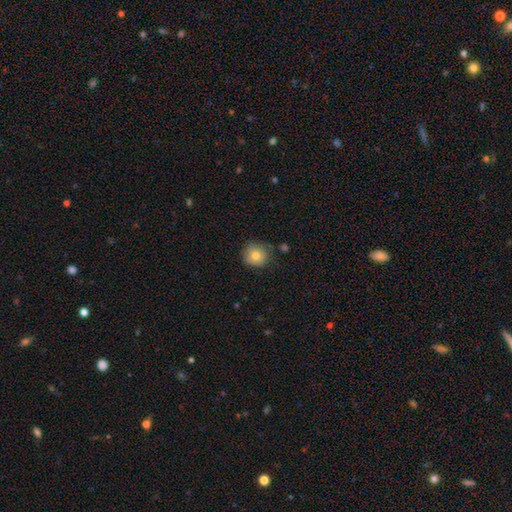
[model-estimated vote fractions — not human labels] Morphology: type=smooth (78%); roundness=round (89%); merging=none (77%).